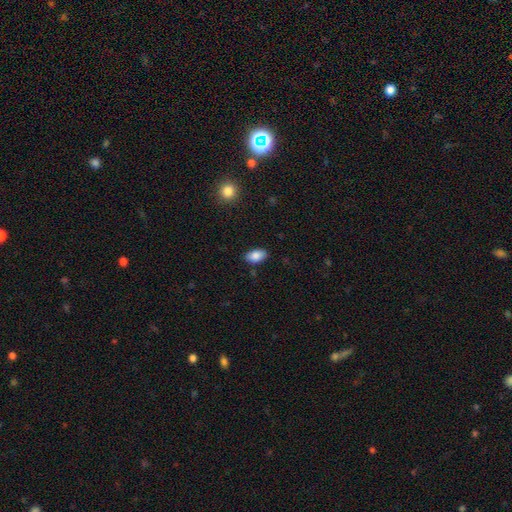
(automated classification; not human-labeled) The model was most divided on "merging": none: 85%, minor disturbance: 11%, major disturbance: 2%, merger: 1%. More confident: how rounded — in between (92%); smooth or featured — smooth (87%).